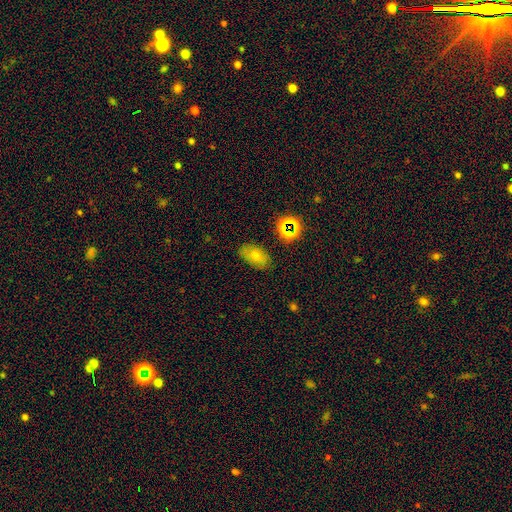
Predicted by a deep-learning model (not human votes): smooth 72%, star or artifact 14%, featured or disk 14%. Down the decision tree: how rounded — in between (91%); merging — none (80%).